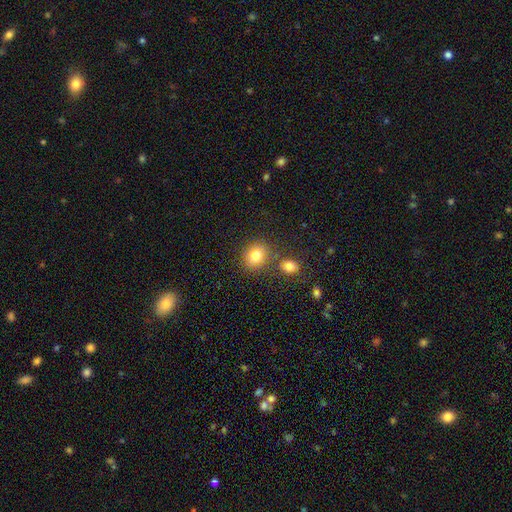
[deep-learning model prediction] Smooth or featured?
  - smooth: 80% *
  - star or artifact: 12%
  - featured or disk: 8%
How rounded?
  - round: 73% *
  - in between: 26%
  - cigar-shaped: 1%
Merging?
  - none: 74% *
  - merger: 12%
  - minor disturbance: 10%
  - major disturbance: 3%